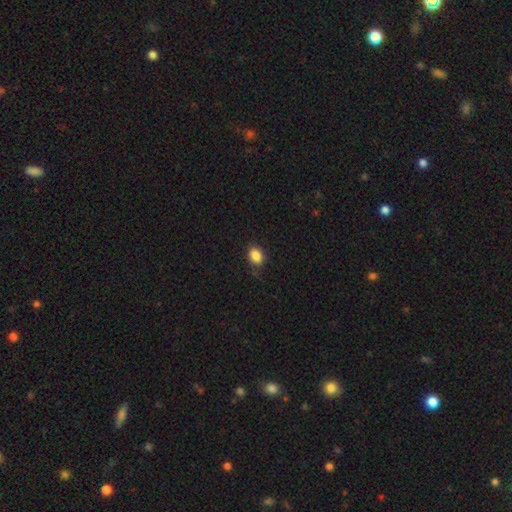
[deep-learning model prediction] The model was most divided on "how rounded": in between: 76%, round: 23%, cigar-shaped: 1%. More confident: smooth or featured — smooth (87%); merging — none (85%).